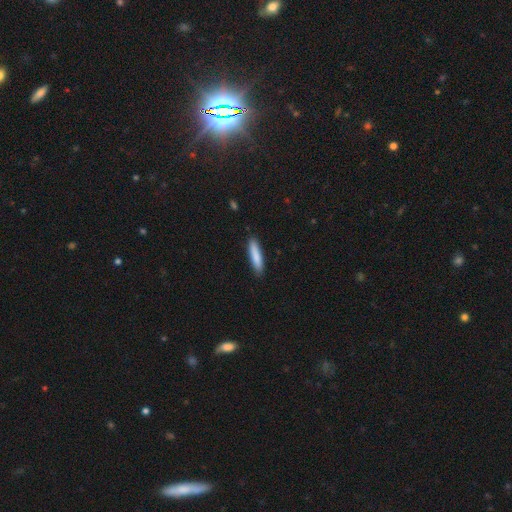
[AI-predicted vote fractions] A smooth galaxy with no disk features (84%) that is cigar-shaped (85%).

Vote fractions:
- Smooth or featured? smooth: 84% / featured or disk: 10% / star or artifact: 6%
- How rounded? cigar-shaped: 85% / in between: 14% / round: 1%
- Merging? none: 88% / minor disturbance: 9% / major disturbance: 2% / merger: 1%